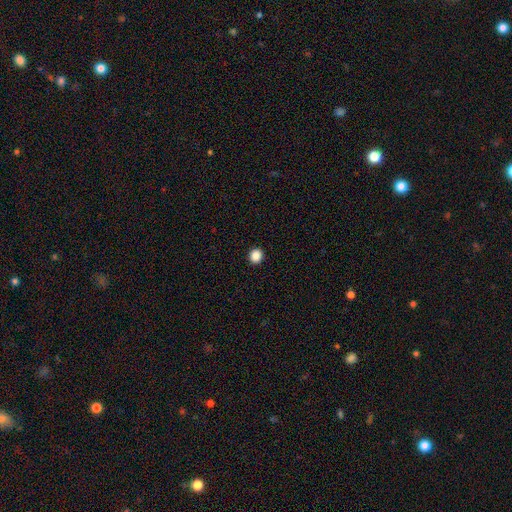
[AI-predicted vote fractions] Smooth or featured: smooth — 88% (star or artifact — 10%)
How rounded: round — 86% (in between — 13%)
Merging: none — 93% (minor disturbance — 4%)